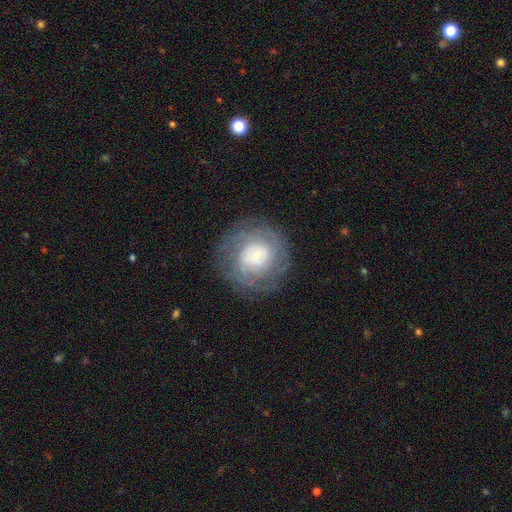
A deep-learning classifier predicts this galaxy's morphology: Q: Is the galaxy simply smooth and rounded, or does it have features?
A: featured or disk — 66%.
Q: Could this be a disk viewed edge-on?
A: no — 97%.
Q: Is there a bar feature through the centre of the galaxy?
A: no — 73%.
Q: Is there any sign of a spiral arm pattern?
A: yes — 79%.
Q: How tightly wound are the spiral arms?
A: tight — 71%.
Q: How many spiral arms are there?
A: can't tell — 53%.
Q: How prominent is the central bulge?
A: small — 65%.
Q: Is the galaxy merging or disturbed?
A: none — 80%.